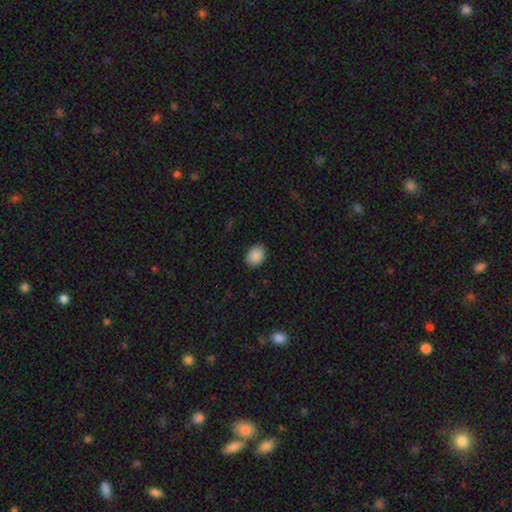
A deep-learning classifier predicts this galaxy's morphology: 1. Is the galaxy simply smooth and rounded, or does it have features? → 89% smooth, 8% star or artifact, 3% featured or disk.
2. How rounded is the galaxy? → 64% in between, 35% round, 1% cigar-shaped.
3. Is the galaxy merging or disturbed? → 86% none, 10% minor disturbance, 2% major disturbance, 1% merger.